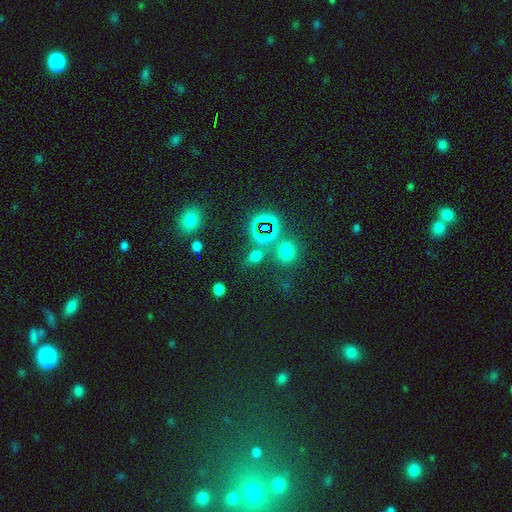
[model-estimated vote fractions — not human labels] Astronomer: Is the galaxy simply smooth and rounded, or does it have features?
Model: smooth — 56% (runner-up: star or artifact, 37%).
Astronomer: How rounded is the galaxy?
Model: in between — 54% (runner-up: round, 43%).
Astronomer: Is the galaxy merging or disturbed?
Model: none — 70%.